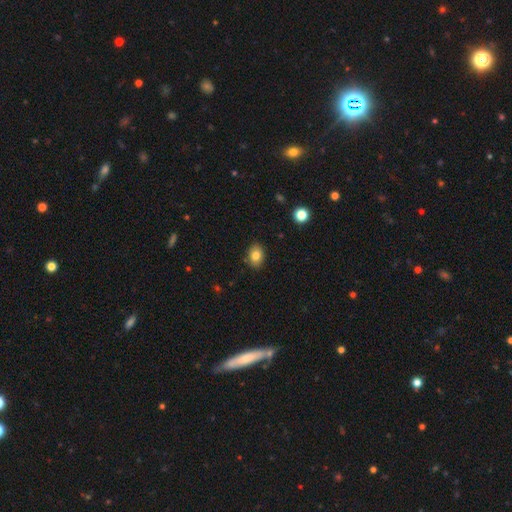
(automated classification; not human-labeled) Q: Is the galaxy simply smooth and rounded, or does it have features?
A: smooth — 82%.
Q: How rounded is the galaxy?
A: in between — 68%.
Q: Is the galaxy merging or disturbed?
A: none — 86%.